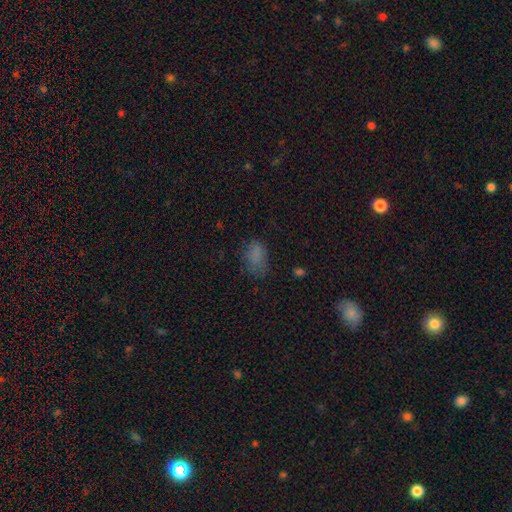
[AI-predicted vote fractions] A smooth galaxy with no disk features (75%) that is in between round and cigar-shaped (84%).

Vote fractions:
- Smooth or featured? smooth: 75% / star or artifact: 15% / featured or disk: 9%
- How rounded? in between: 84% / round: 14% / cigar-shaped: 2%
- Merging? none: 56% / minor disturbance: 27% / major disturbance: 15% / merger: 2%